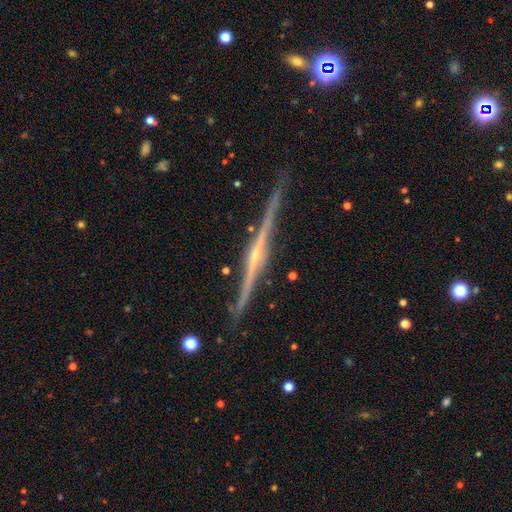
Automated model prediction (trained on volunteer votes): This appears to be a featured or disk galaxy (88%) viewed edge-on (98%) with a rounded central bulge (71%). Merging: none (87%).